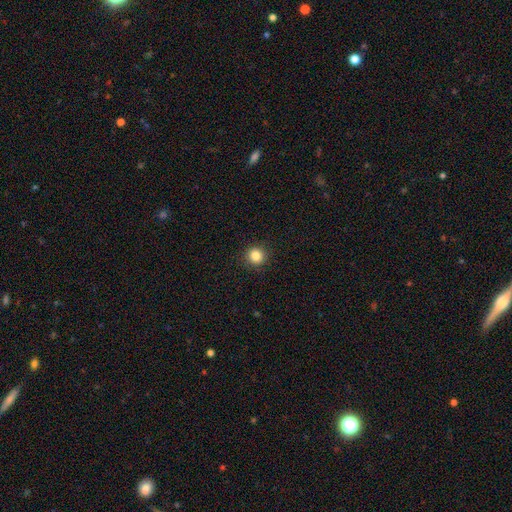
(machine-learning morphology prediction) A smooth galaxy with no disk features (85%) that is round (94%).

Vote fractions:
- Smooth or featured? smooth: 85% / star or artifact: 11% / featured or disk: 4%
- How rounded? round: 94% / in between: 5% / cigar-shaped: 1%
- Merging? none: 92% / minor disturbance: 5% / major disturbance: 2% / merger: 1%